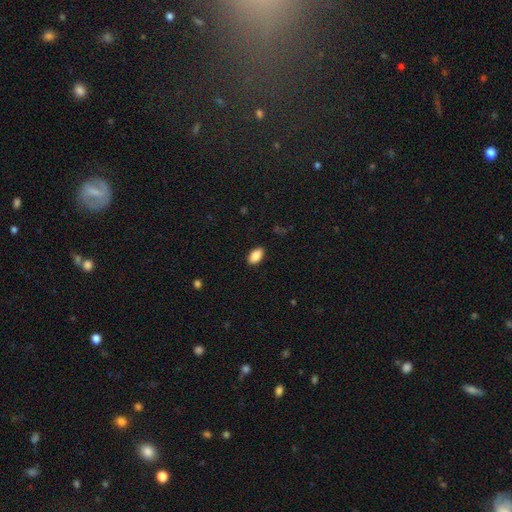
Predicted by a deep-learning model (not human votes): Morphology: type=smooth (87%); roundness=in between (93%); merging=none (89%).